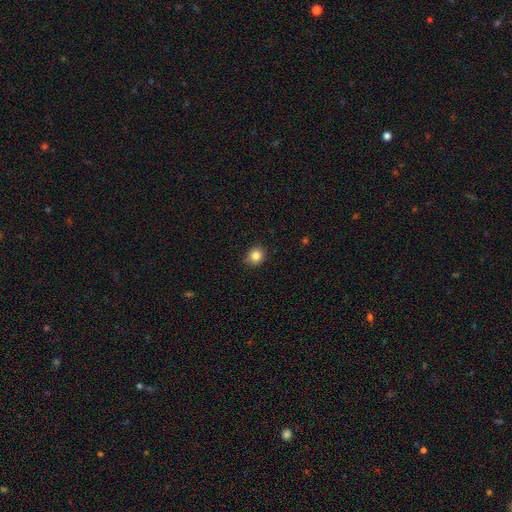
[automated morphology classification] A smooth galaxy with no disk features (84%) that is round (76%). Merging: none (83%).